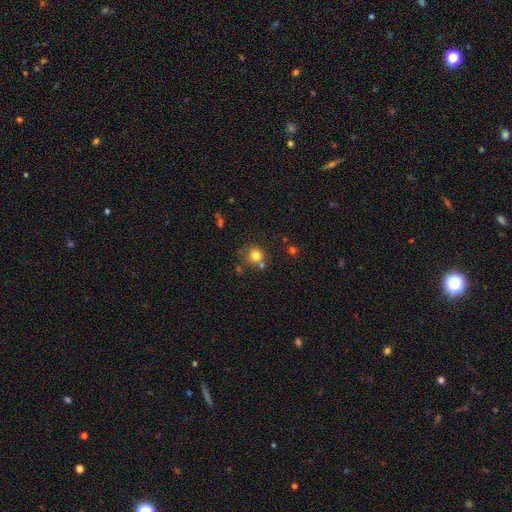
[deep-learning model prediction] A smooth galaxy with no disk features (78%) that is round (90%). Merging: none (70%).